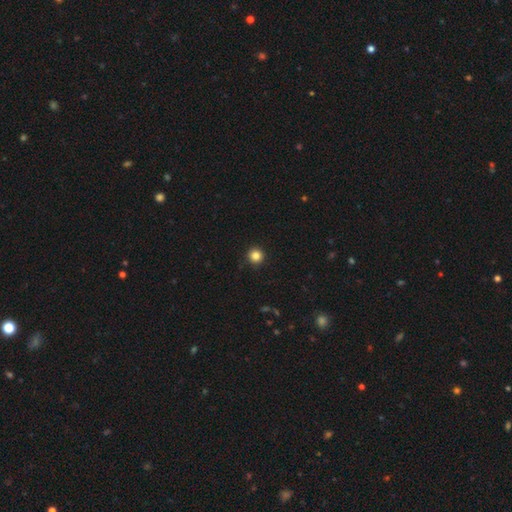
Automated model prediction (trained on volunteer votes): Smooth or featured: smooth — 84% (star or artifact — 12%)
How rounded: round — 96% (in between — 3%)
Merging: none — 93% (minor disturbance — 4%)